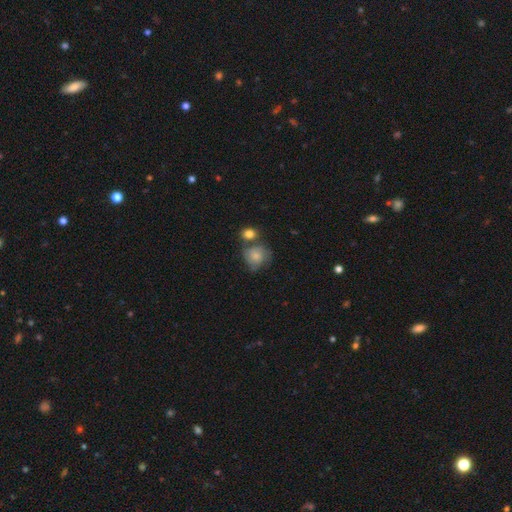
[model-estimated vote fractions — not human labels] Smooth or featured?
  - smooth: 58% *
  - featured or disk: 33%
  - star or artifact: 8%
How rounded?
  - round: 77% *
  - in between: 22%
  - cigar-shaped: 1%
Merging?
  - none: 47% *
  - merger: 23%
  - minor disturbance: 20%
  - major disturbance: 9%